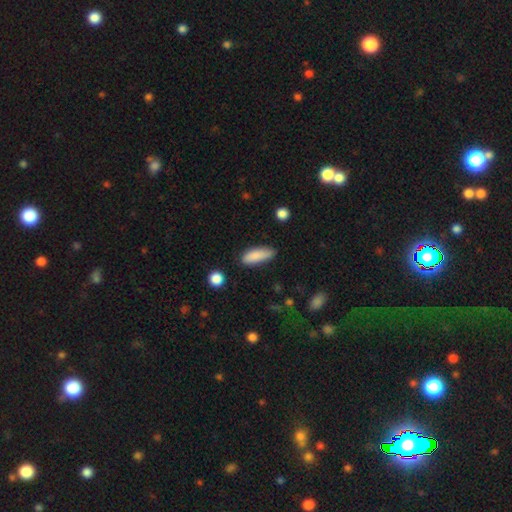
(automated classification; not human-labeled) Smooth or featured?
  - smooth: 86% *
  - featured or disk: 7%
  - star or artifact: 7%
How rounded?
  - in between: 60% *
  - cigar-shaped: 38%
  - round: 2%
Merging?
  - none: 74% *
  - minor disturbance: 20%
  - major disturbance: 4%
  - merger: 2%